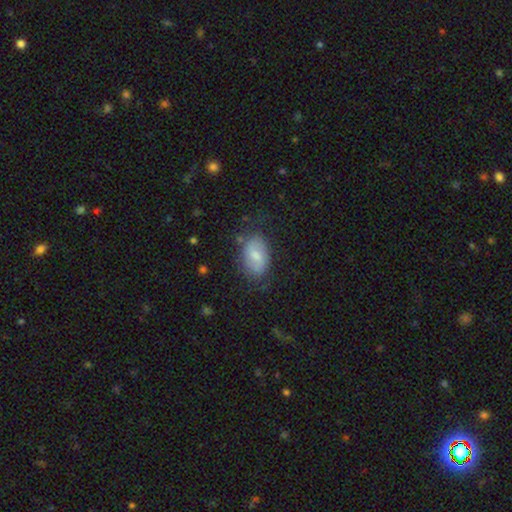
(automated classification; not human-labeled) Morphology: type=smooth (67%); roundness=in between (88%); merging=none (70%).